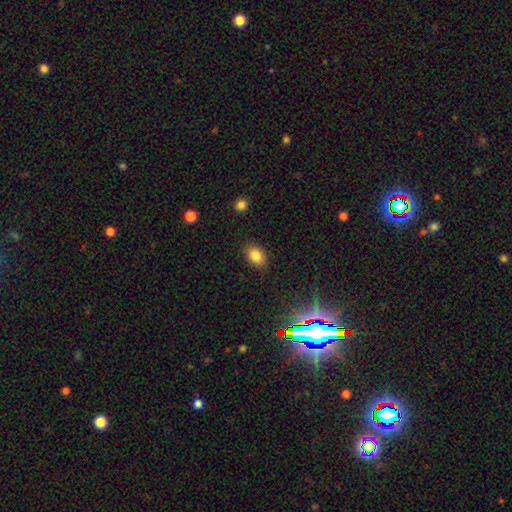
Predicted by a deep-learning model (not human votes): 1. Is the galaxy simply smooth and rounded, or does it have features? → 83% smooth, 10% star or artifact, 7% featured or disk.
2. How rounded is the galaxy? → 83% in between, 16% round, 1% cigar-shaped.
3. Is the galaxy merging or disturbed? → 87% none, 10% minor disturbance, 2% major disturbance, 1% merger.